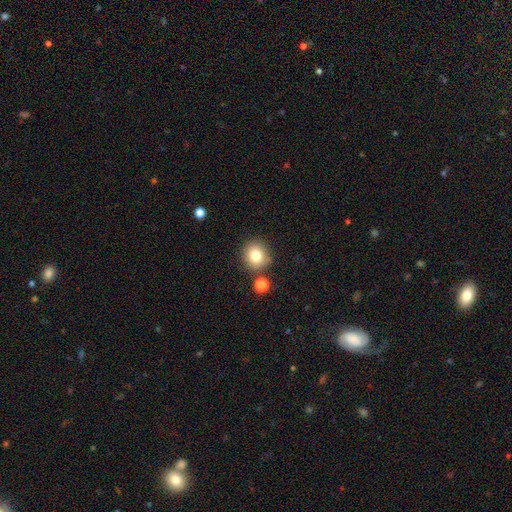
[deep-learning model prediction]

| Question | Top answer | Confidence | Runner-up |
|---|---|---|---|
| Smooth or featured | smooth | 80% | star or artifact (12%) |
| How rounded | round | 87% | in between (12%) |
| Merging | none | 80% | minor disturbance (10%) |